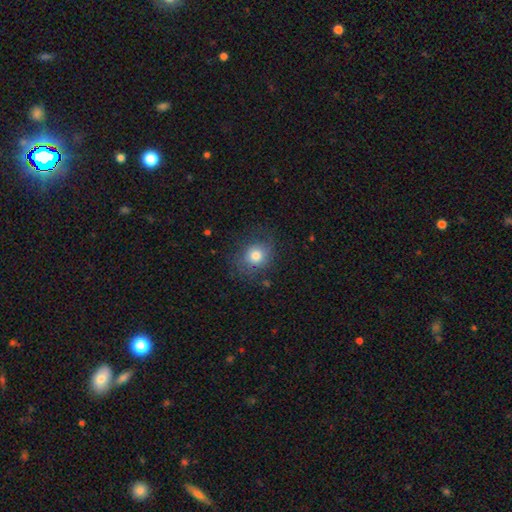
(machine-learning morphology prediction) Smooth or featured? Predicted: smooth (p=0.73). How rounded? Predicted: round (p=0.81). Merging? Predicted: none (p=0.70).